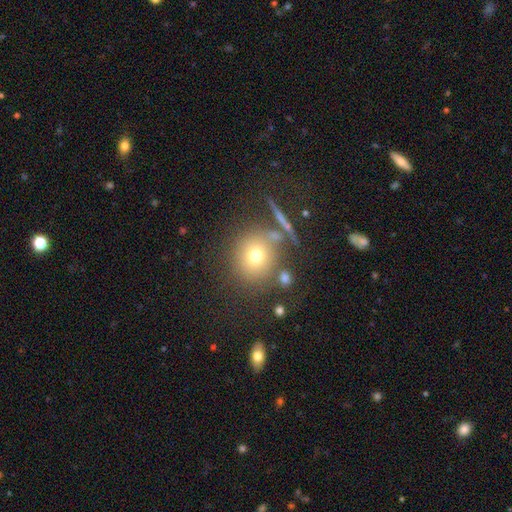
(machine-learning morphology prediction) smooth 68%, star or artifact 17%, featured or disk 15%. Down the decision tree: how rounded — round (84%); merging — none (74%).